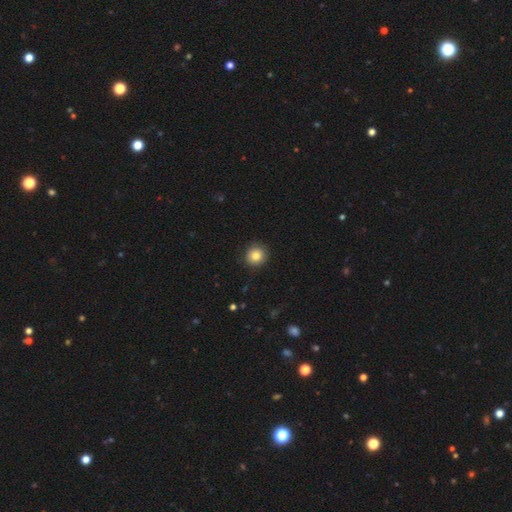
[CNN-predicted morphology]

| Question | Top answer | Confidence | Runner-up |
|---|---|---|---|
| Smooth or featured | smooth | 82% | star or artifact (10%) |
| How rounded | round | 92% | in between (7%) |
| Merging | none | 89% | minor disturbance (8%) |